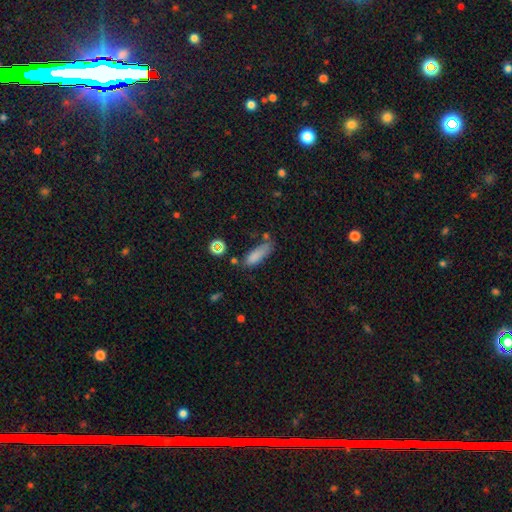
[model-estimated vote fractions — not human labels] Q: Smooth or featured?
A: smooth (80%); runner-up: star or artifact (11%)
Q: How rounded?
A: in between (59%); runner-up: cigar-shaped (39%)
Q: Merging?
A: none (54%); runner-up: minor disturbance (27%)